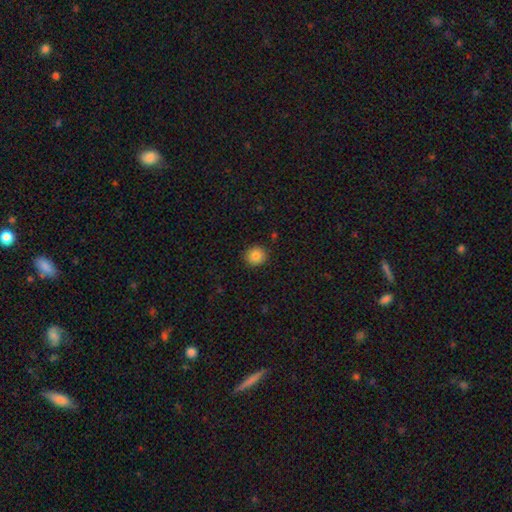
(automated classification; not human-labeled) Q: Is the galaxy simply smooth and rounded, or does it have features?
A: smooth — 85%.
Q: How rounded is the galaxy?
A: round — 90%.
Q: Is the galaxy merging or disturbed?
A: none — 90%.